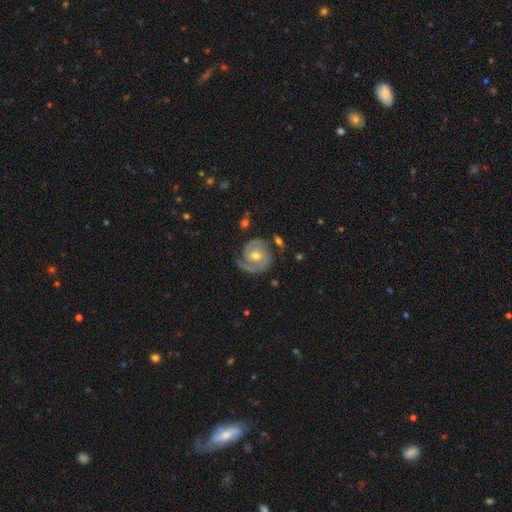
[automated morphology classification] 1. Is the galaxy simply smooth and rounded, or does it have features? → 89% featured or disk, 7% smooth, 5% star or artifact.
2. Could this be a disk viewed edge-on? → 98% no, 2% yes.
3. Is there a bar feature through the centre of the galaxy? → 47% weak, 36% no, 17% strong.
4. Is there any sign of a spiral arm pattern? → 97% yes, 3% no.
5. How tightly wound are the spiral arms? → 57% tight, 37% medium, 7% loose.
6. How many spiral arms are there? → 83% 2, 8% 1, 4% can't tell, 2% 3, 1% 4, 1% more than 4.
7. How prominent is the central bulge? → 66% moderate, 29% small, 3% large, 1% none, 1% dominant.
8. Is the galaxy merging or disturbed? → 75% none, 16% minor disturbance, 6% major disturbance, 3% merger.